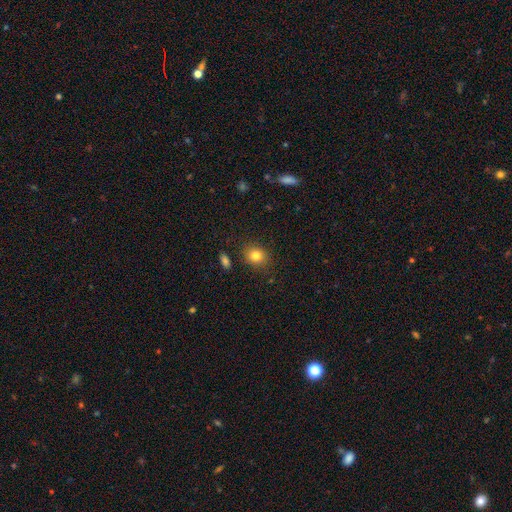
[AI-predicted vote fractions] A smooth galaxy with no disk features (82%) that is round (65%).

Vote fractions:
- Smooth or featured? smooth: 82% / star or artifact: 11% / featured or disk: 7%
- How rounded? round: 65% / in between: 34% / cigar-shaped: 1%
- Merging? none: 85% / minor disturbance: 10% / major disturbance: 3% / merger: 2%